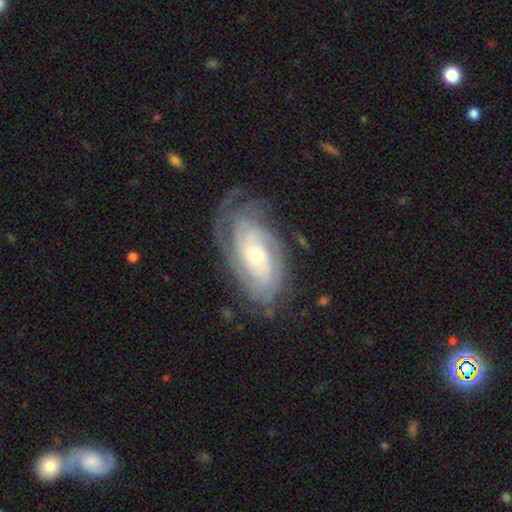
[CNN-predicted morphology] The model was most divided on "bulge size": moderate: 49%, small: 44%, large: 4%, none: 1%, dominant: 1%. Remaining: spiral arms — yes (96%); edge-on disk — no (95%); smooth or featured — featured or disk (86%); spiral winding — tight (74%); bar — no (71%); merging — none (70%); spiral arm count — can't tell (34%).